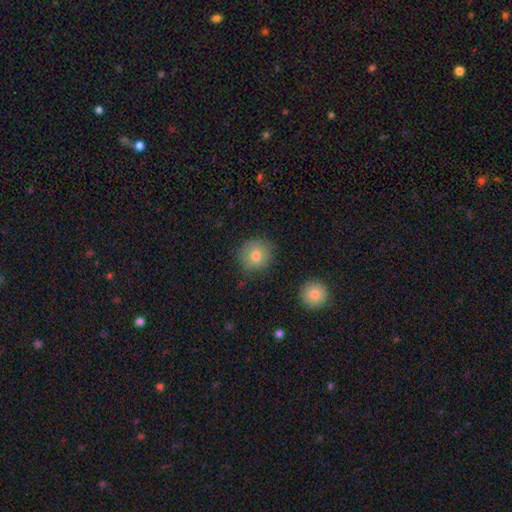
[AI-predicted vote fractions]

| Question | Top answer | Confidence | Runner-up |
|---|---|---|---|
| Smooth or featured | smooth | 76% | featured or disk (13%) |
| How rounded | round | 90% | in between (9%) |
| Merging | none | 79% | minor disturbance (15%) |